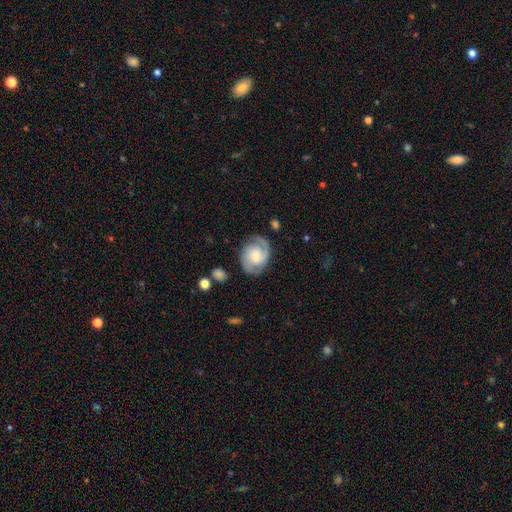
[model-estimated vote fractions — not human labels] A featured or disk galaxy (81%) with no bar (59%), 2 (85%) medium (45%) spiral arms (96%) and a small central bulge (49%).

Vote fractions:
- Smooth or featured? featured or disk: 81% / smooth: 14% / star or artifact: 6%
- Edge-on disk? no: 98% / yes: 2%
- Bar? no: 59% / weak: 34% / strong: 7%
- Spiral arms? yes: 96% / no: 4%
- Spiral winding? medium: 45% / tight: 43% / loose: 12%
- Spiral arm count? 2: 85% / can't tell: 5% / 1: 4% / 3: 3% / 4: 1% / more than 4: 1%
- Bulge size? small: 49% / moderate: 36% / large: 7% / none: 6% / dominant: 2%
- Merging? none: 78% / minor disturbance: 14% / major disturbance: 6% / merger: 2%